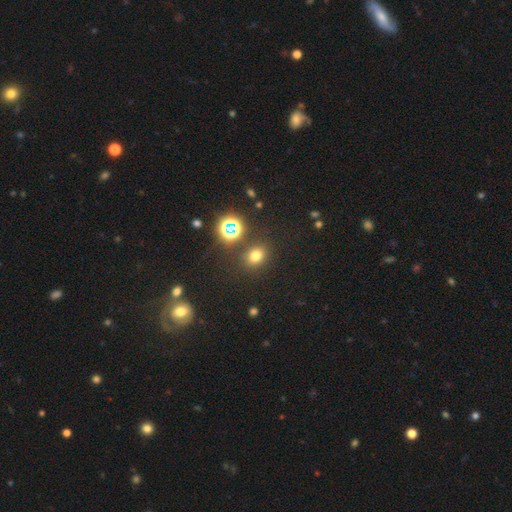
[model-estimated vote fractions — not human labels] The model was most divided on "how rounded": round: 57%, in between: 42%, cigar-shaped: 1%. More confident: merging — none (82%); smooth or featured — smooth (68%).